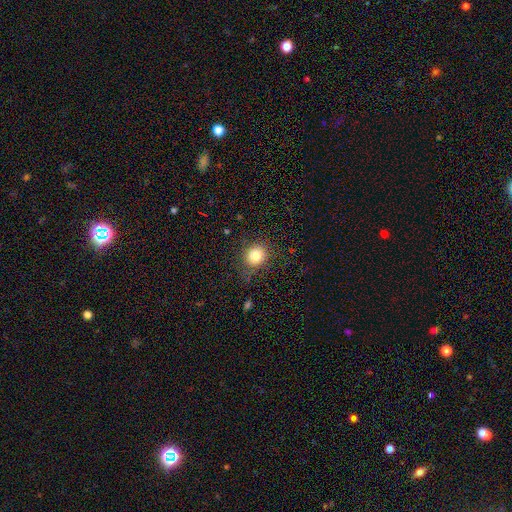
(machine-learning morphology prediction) Smooth or featured?
  - smooth: 80% *
  - star or artifact: 12%
  - featured or disk: 8%
How rounded?
  - round: 80% *
  - in between: 19%
  - cigar-shaped: 1%
Merging?
  - none: 82% *
  - minor disturbance: 12%
  - major disturbance: 4%
  - merger: 1%